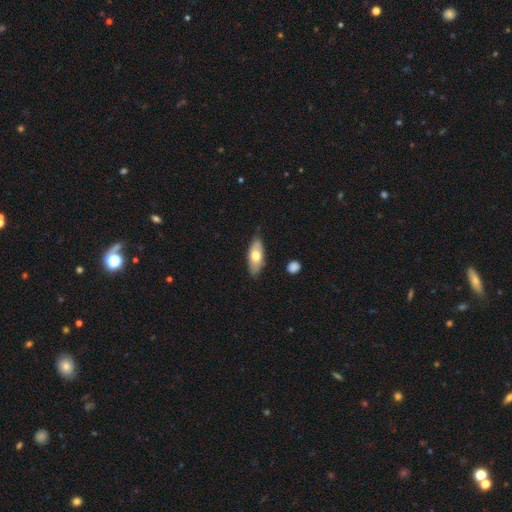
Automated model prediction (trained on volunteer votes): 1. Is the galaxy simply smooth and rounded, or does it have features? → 63% smooth, 32% featured or disk, 6% star or artifact.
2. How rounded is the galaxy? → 79% in between, 18% cigar-shaped, 3% round.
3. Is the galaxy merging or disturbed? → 78% none, 17% minor disturbance, 3% major disturbance, 2% merger.